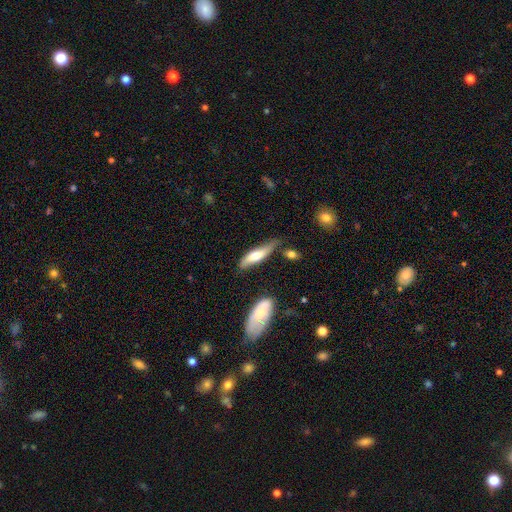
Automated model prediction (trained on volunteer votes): Morphology: type=smooth (58%); roundness=cigar-shaped (63%); merging=none (54%).